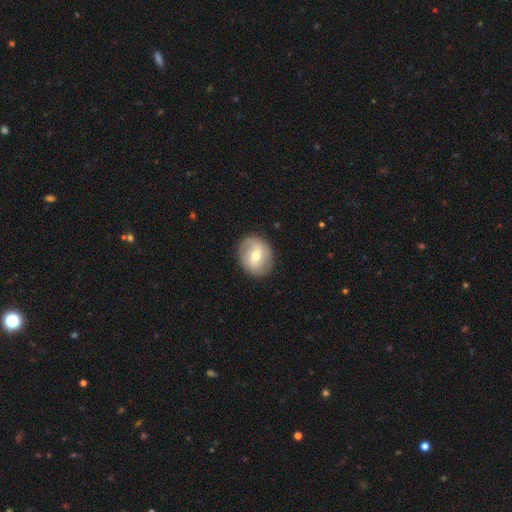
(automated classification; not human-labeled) A smooth galaxy with no disk features (47%). Merging: none (86%).